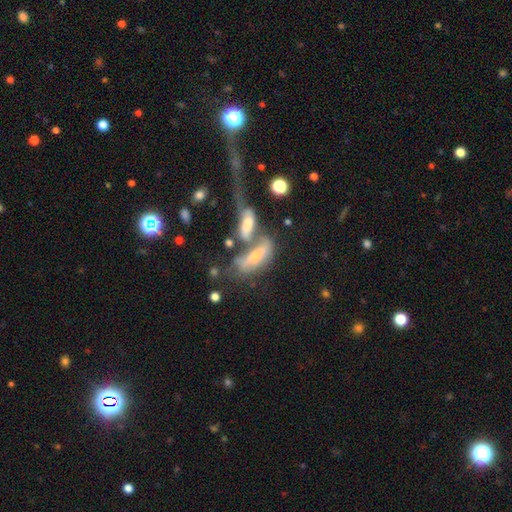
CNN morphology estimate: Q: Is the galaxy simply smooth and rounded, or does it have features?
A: featured or disk — 45%.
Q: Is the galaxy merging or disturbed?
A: merger — 59%.